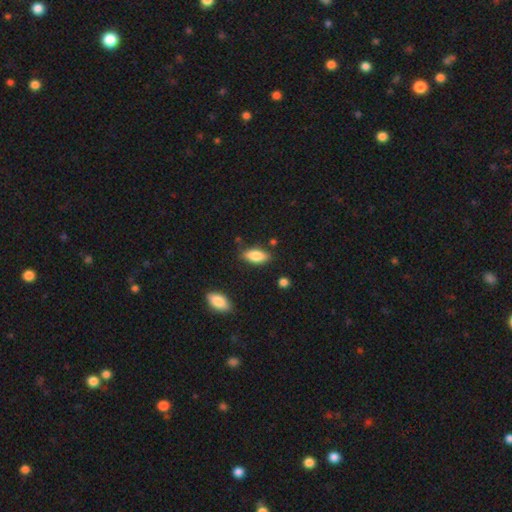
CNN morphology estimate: type=smooth (84%); roundness=in between (85%); merging=none (80%).